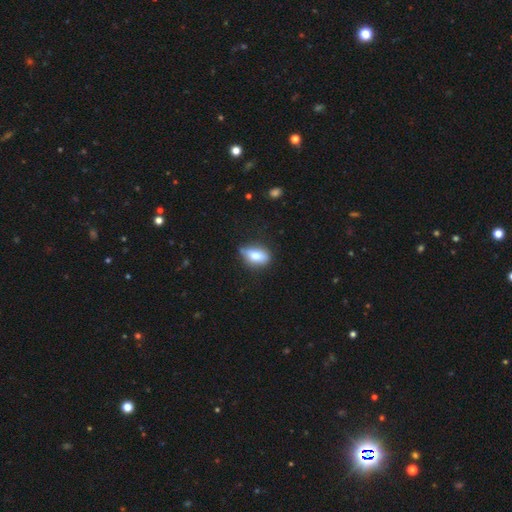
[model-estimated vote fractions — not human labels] Smooth or featured? Predicted: smooth (p=0.67). How rounded? Predicted: in between (p=0.81). Merging? Predicted: none (p=0.62).